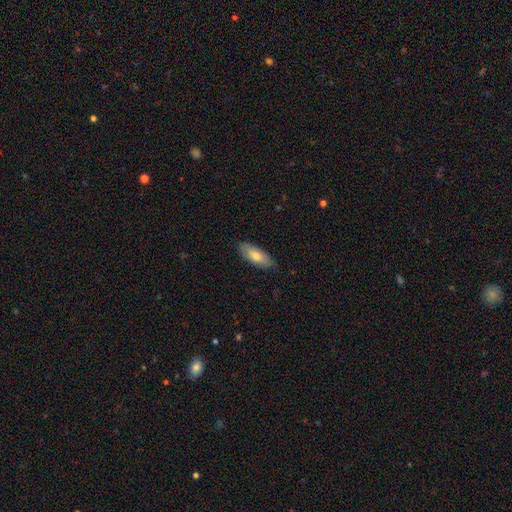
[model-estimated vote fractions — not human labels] Smooth or featured: smooth — 76% (featured or disk — 19%)
How rounded: in between — 77% (cigar-shaped — 21%)
Merging: none — 84% (minor disturbance — 13%)